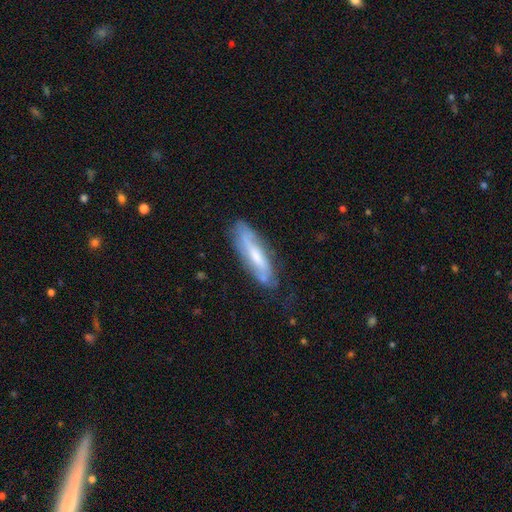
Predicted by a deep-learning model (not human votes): This is possibly a featured or disk galaxy (56%). It is possibly not viewed edge-on (59%). Merging: likely none (65%).